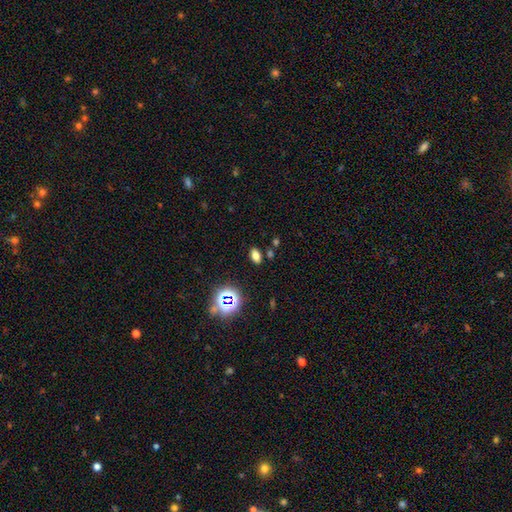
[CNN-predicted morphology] This appears to be a smooth galaxy with no disk features (70%) that is in between round and cigar-shaped (87%). Merging: none (85%).